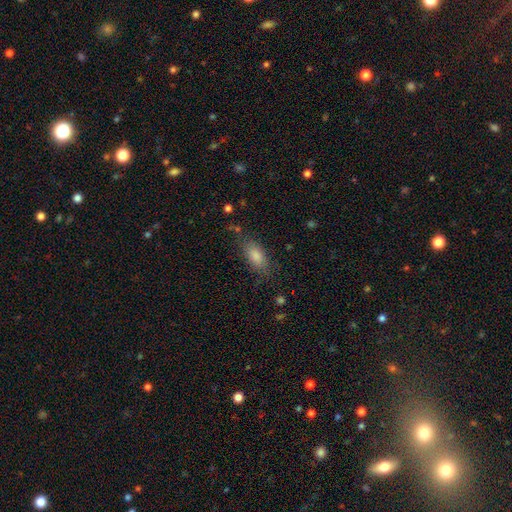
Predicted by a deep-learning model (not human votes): Smooth or featured: smooth — 79% (featured or disk — 10%)
How rounded: in between — 80% (cigar-shaped — 15%)
Merging: none — 75% (minor disturbance — 17%)